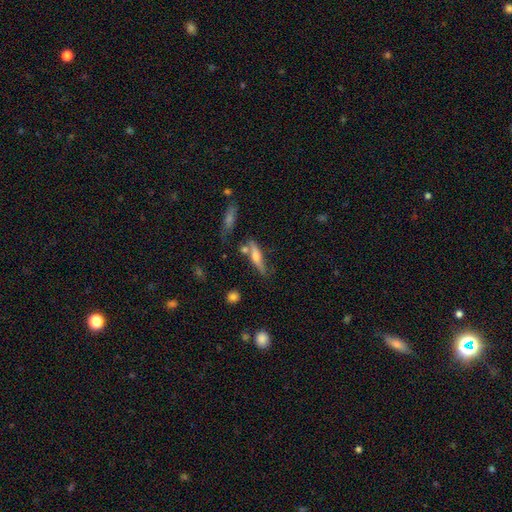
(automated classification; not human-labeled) smooth-or-featured: featured or disk: 46% | smooth: 45% | star or artifact: 9%
  merging: none: 57% | minor disturbance: 21% | merger: 14% | major disturbance: 8%